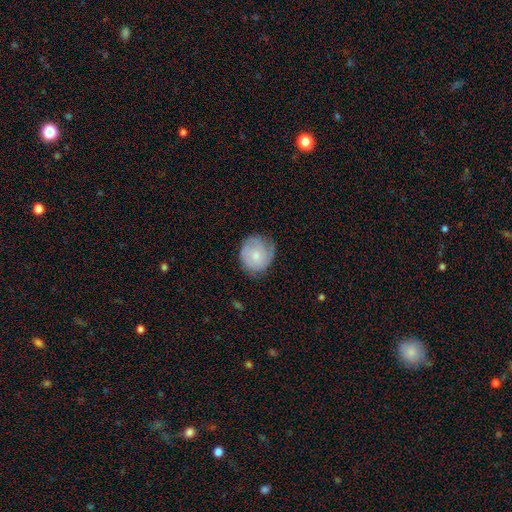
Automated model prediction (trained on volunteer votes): This appears to be a smooth galaxy with no disk features (56%) that is round (83%). Merging: none (66%).